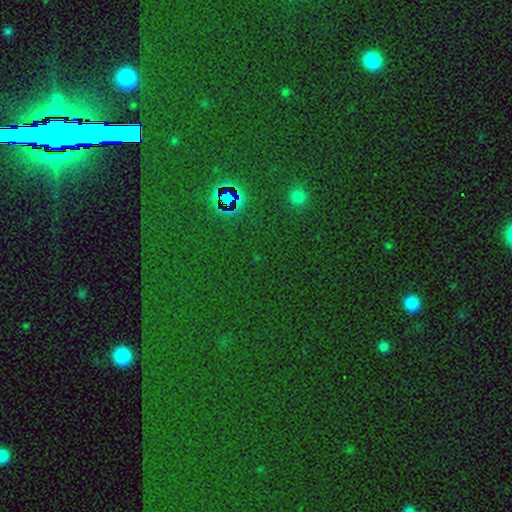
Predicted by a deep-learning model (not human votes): Q: Smooth or featured?
A: star or artifact (80%); runner-up: smooth (12%)